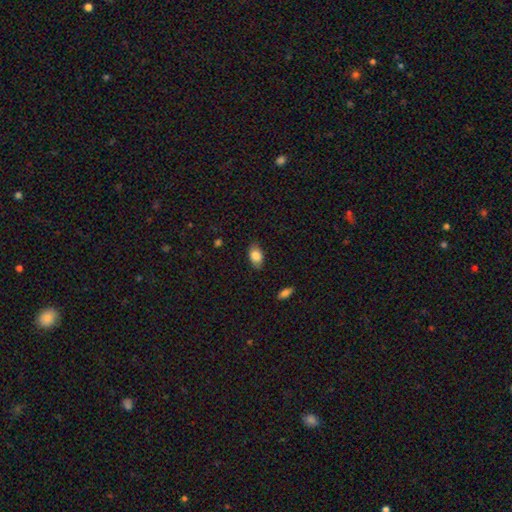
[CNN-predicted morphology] A smooth galaxy with no disk features (82%) that is in between round and cigar-shaped (90%).

Vote fractions:
- Smooth or featured? smooth: 82% / featured or disk: 11% / star or artifact: 7%
- How rounded? in between: 90% / round: 7% / cigar-shaped: 2%
- Merging? none: 83% / minor disturbance: 13% / major disturbance: 3% / merger: 1%